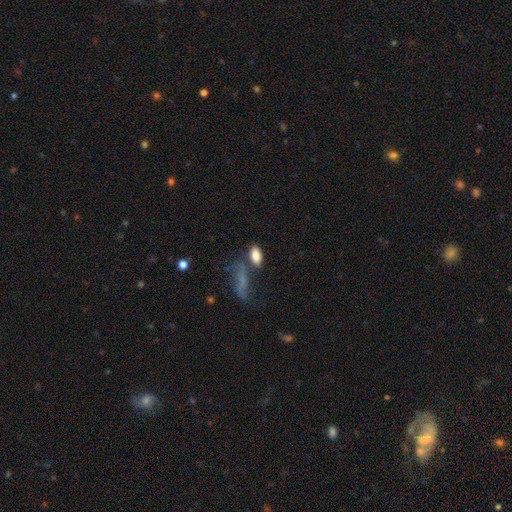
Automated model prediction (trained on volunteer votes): Q: Smooth or featured?
A: smooth (84%); runner-up: star or artifact (8%)
Q: How rounded?
A: in between (89%); runner-up: cigar-shaped (6%)
Q: Merging?
A: none (61%); runner-up: merger (16%)